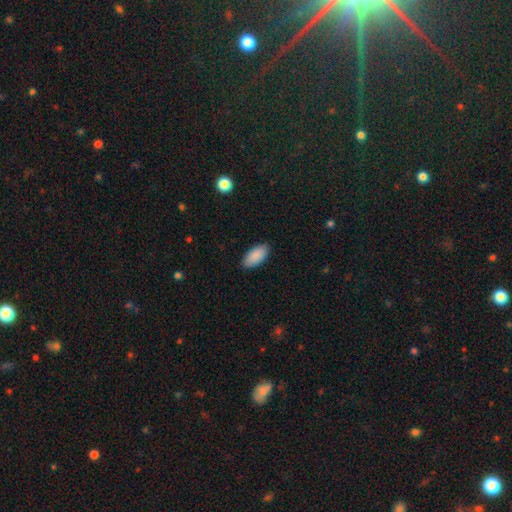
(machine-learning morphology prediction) The model was most divided on "merging": none: 88%, minor disturbance: 9%, major disturbance: 2%, merger: 1%. More confident: how rounded — in between (94%); smooth or featured — smooth (90%).